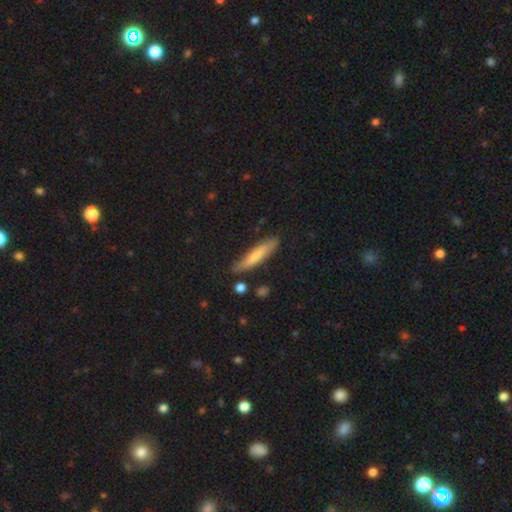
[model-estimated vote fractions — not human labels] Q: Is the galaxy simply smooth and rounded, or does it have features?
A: smooth — 70%.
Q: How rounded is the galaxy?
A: cigar-shaped — 87%.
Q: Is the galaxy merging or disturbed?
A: none — 81%.